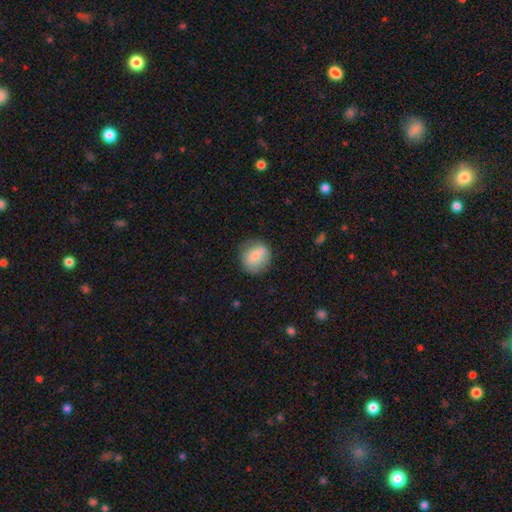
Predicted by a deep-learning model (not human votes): A smooth galaxy with no disk features (71%) that is round (79%). Merging: none (75%).